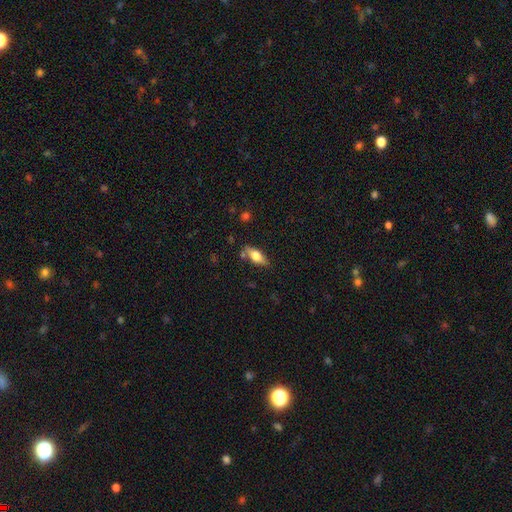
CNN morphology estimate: Smooth or featured: smooth — 63% (featured or disk — 30%)
How rounded: in between — 73% (cigar-shaped — 24%)
Merging: none — 72% (minor disturbance — 17%)